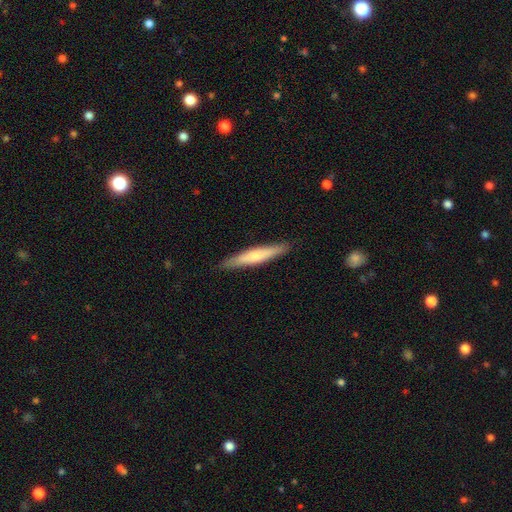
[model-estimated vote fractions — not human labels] The model was most divided on "smooth or featured": smooth: 58%, featured or disk: 37%, star or artifact: 5%. More confident: how rounded — cigar-shaped (92%); merging — none (89%).